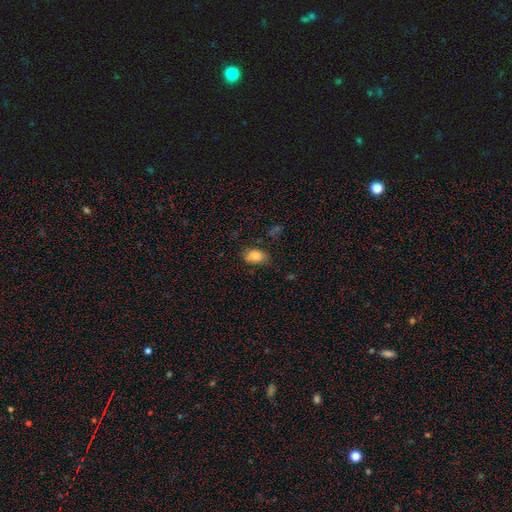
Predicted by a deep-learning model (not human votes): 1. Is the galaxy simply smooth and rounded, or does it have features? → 83% smooth, 8% featured or disk, 8% star or artifact.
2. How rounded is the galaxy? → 85% in between, 13% round, 1% cigar-shaped.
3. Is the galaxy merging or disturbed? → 72% none, 22% minor disturbance, 5% major disturbance, 2% merger.